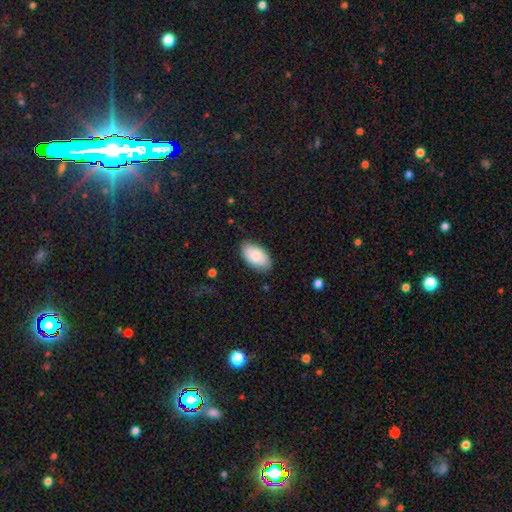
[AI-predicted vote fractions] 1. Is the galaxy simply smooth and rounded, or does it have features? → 80% smooth, 14% featured or disk, 6% star or artifact.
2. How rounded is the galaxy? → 95% in between, 3% round, 2% cigar-shaped.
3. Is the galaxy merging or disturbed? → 81% none, 15% minor disturbance, 3% major disturbance, 1% merger.